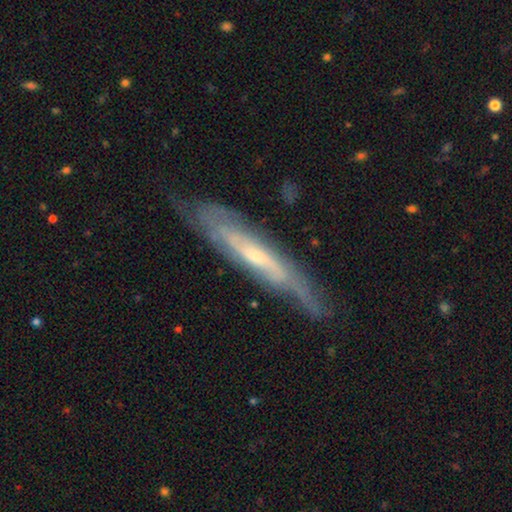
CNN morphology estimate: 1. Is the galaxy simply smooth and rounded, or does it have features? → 76% featured or disk, 17% smooth, 6% star or artifact.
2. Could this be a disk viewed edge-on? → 56% yes, 44% no.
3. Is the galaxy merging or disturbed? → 70% none, 22% minor disturbance, 6% major disturbance, 2% merger.